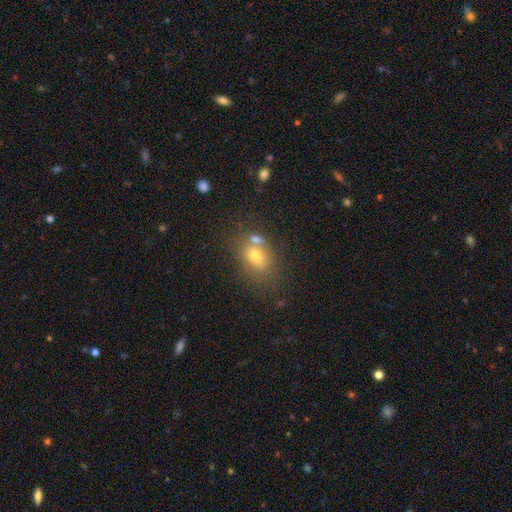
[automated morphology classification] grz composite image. It shows a smooth galaxy with no disk features (68%) that is in between round and cigar-shaped (71%). Merging: none (51%).